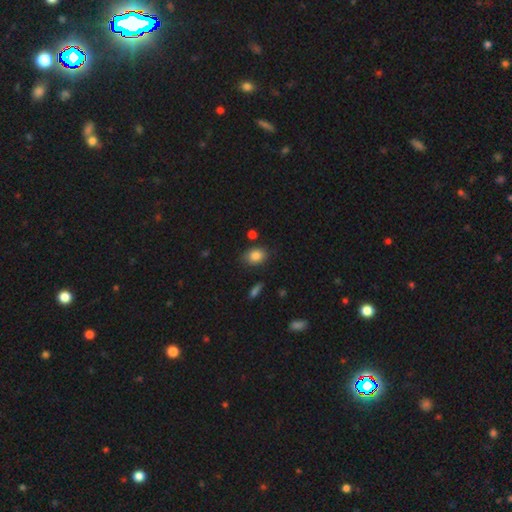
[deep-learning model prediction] Morphology: type=smooth (85%); roundness=in between (65%); merging=none (78%).